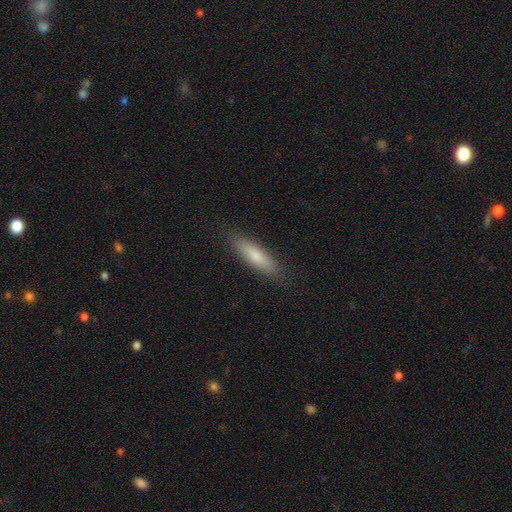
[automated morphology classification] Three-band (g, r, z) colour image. It shows a smooth galaxy with no disk features (79%) that is cigar-shaped (66%). Merging: none (87%).